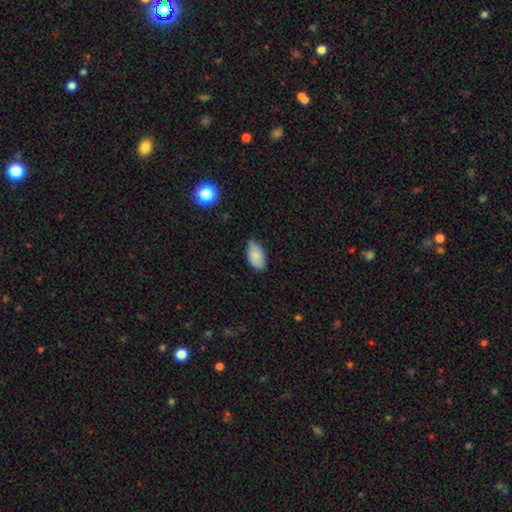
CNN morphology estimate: Smooth or featured? Predicted: smooth (p=0.84). How rounded? Predicted: in between (p=0.94). Merging? Predicted: none (p=0.66).